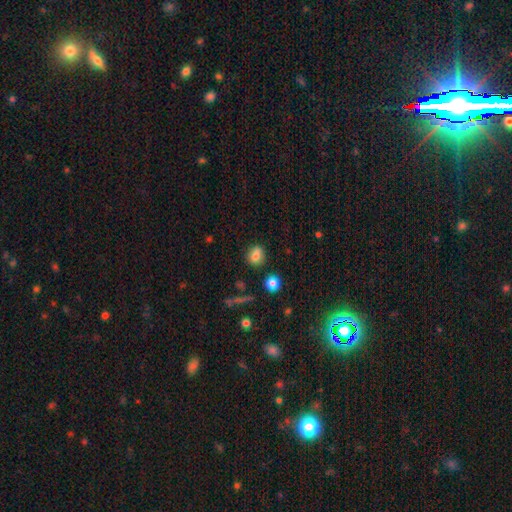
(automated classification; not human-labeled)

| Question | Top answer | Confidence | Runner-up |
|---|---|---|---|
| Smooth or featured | smooth | 77% | star or artifact (12%) |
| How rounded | round | 75% | in between (24%) |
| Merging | none | 76% | minor disturbance (12%) |